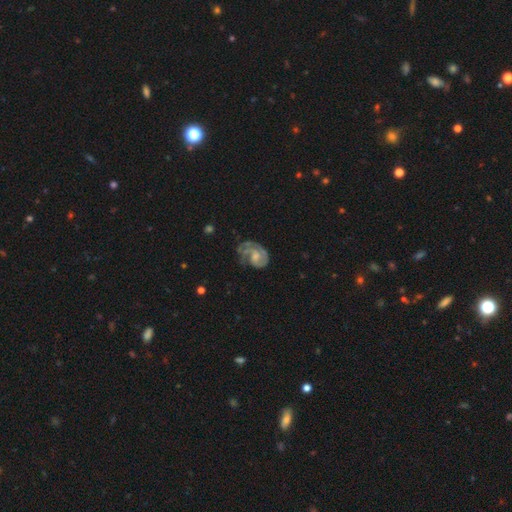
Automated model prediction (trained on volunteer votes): A featured or disk galaxy (81%) with no bar (59%), 2 (50%) tight (52%) spiral arms (94%) and a moderate central bulge (40%).

Vote fractions:
- Smooth or featured? featured or disk: 81% / smooth: 14% / star or artifact: 6%
- Edge-on disk? no: 98% / yes: 2%
- Bar? no: 59% / weak: 35% / strong: 6%
- Spiral arms? yes: 94% / no: 6%
- Spiral winding? tight: 52% / medium: 37% / loose: 11%
- Spiral arm count? 2: 50% / can't tell: 16% / 1: 15% / 3: 13% / 4: 3% / more than 4: 3%
- Bulge size? moderate: 40% / small: 29% / none: 20% / large: 10% / dominant: 2%
- Merging? none: 52% / minor disturbance: 25% / major disturbance: 20% / merger: 2%